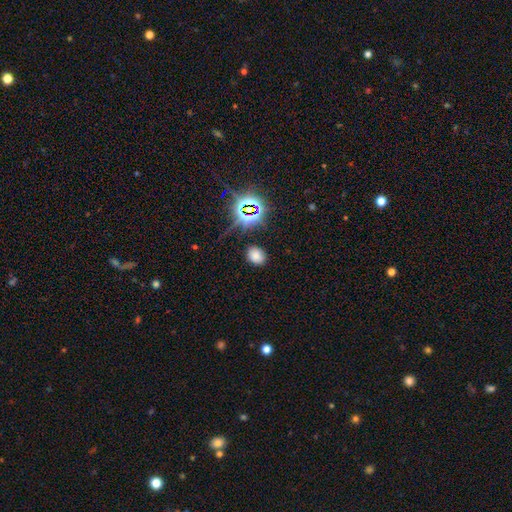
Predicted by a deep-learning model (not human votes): A smooth galaxy with no disk features (70%) that is in between round and cigar-shaped (59%). Merging: none (84%).